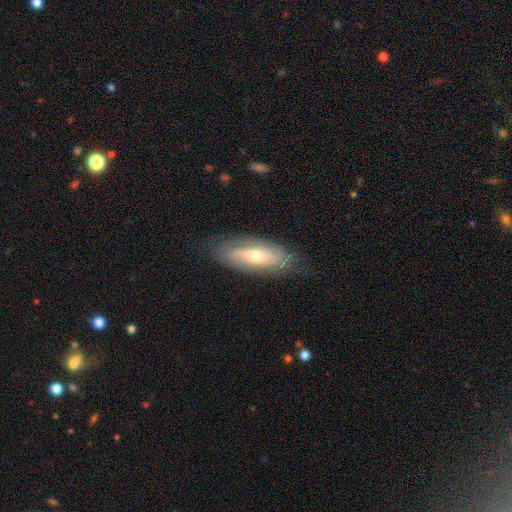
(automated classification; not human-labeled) Smooth or featured?
  - featured or disk: 58% *
  - smooth: 36%
  - star or artifact: 6%
Edge-on disk?
  - no: 80% *
  - yes: 20%
Merging?
  - none: 74% *
  - minor disturbance: 19%
  - major disturbance: 6%
  - merger: 1%